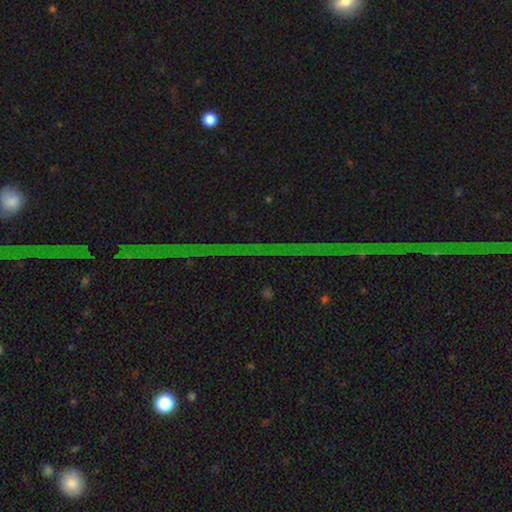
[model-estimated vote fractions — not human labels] The model was most divided on "smooth or featured": star or artifact: 80%, featured or disk: 12%, smooth: 7%.